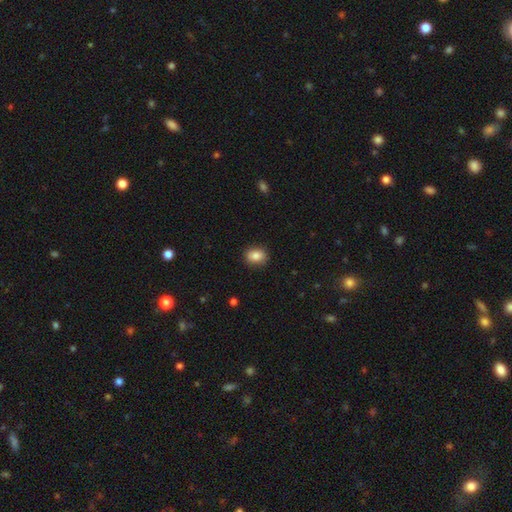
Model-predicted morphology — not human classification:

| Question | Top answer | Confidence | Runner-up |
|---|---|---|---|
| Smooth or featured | smooth | 85% | star or artifact (9%) |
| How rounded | in between | 56% | round (43%) |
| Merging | none | 87% | minor disturbance (10%) |